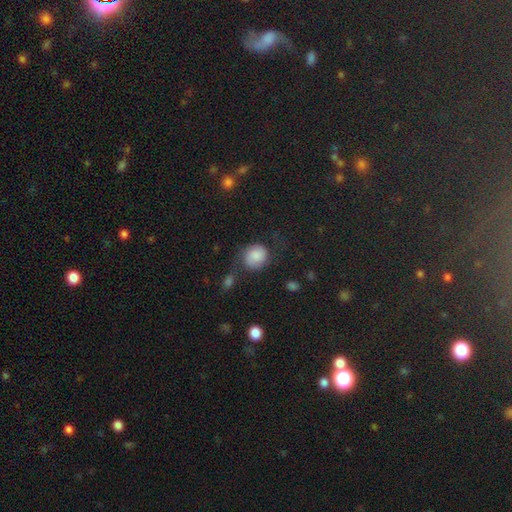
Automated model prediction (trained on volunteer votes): This is likely a smooth galaxy (74%). How rounded: likely round (75%). Merging: possibly none (56%).